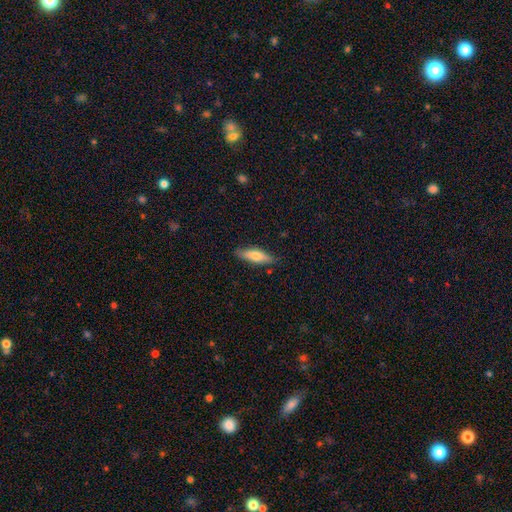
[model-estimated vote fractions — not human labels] smooth 70%, featured or disk 24%, star or artifact 6%. Down the decision tree: how rounded — cigar-shaped (51%); merging — none (82%).